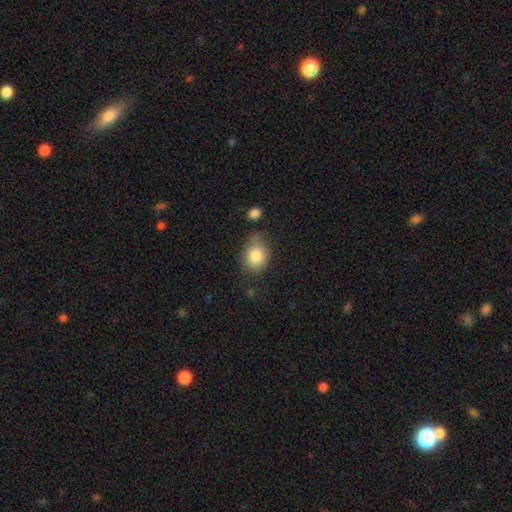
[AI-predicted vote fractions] smooth-or-featured: smooth: 82% | featured or disk: 9% | star or artifact: 9%
  how-rounded: in between: 53% | round: 46% | cigar-shaped: 1%
  merging: none: 61% | minor disturbance: 26% | major disturbance: 7% | merger: 6%